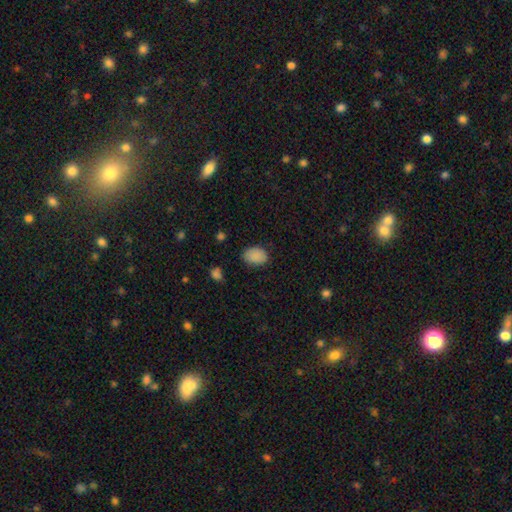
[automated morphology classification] Q: Smooth or featured?
A: smooth (87%); runner-up: star or artifact (9%)
Q: How rounded?
A: in between (82%); runner-up: round (17%)
Q: Merging?
A: none (80%); runner-up: minor disturbance (15%)